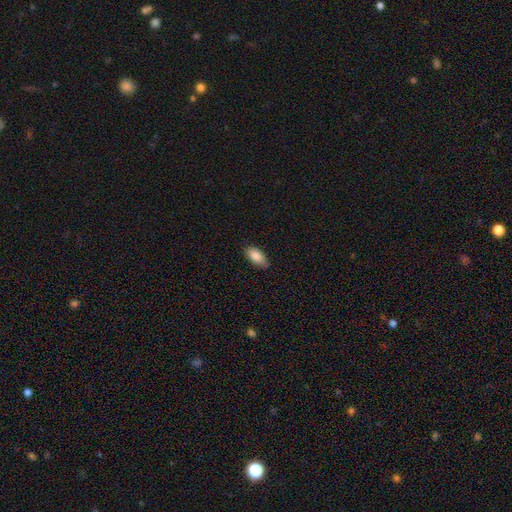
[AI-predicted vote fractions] Morphology: type=smooth (85%); roundness=in between (92%); merging=none (78%).